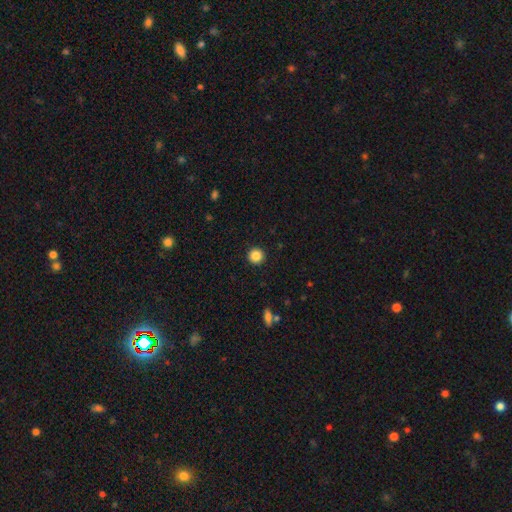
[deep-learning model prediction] smooth-or-featured: smooth: 86% | star or artifact: 10% | featured or disk: 4%
  how-rounded: round: 95% | in between: 4% | cigar-shaped: 1%
  merging: none: 93% | minor disturbance: 4% | major disturbance: 2% | merger: 1%